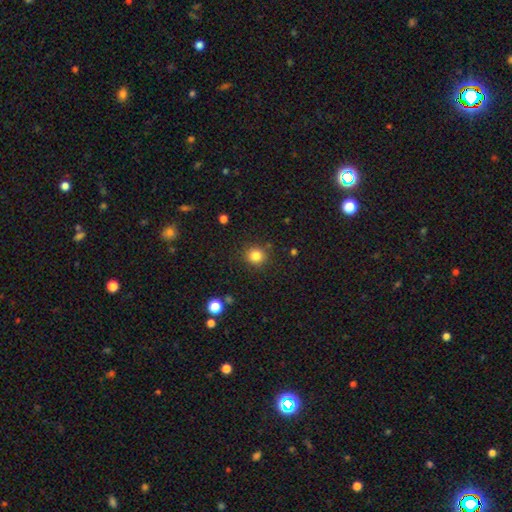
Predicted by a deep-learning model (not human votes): Smooth or featured: smooth — 83% (star or artifact — 12%)
How rounded: round — 89% (in between — 10%)
Merging: none — 86% (minor disturbance — 8%)